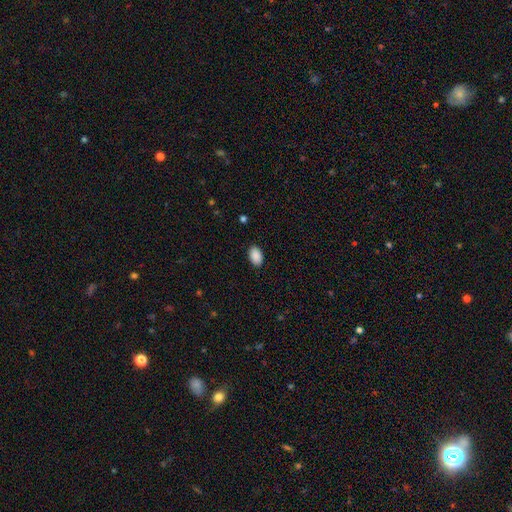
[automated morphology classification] Overall: smooth (91%). How rounded: in between (92%). Merging: none (89%).